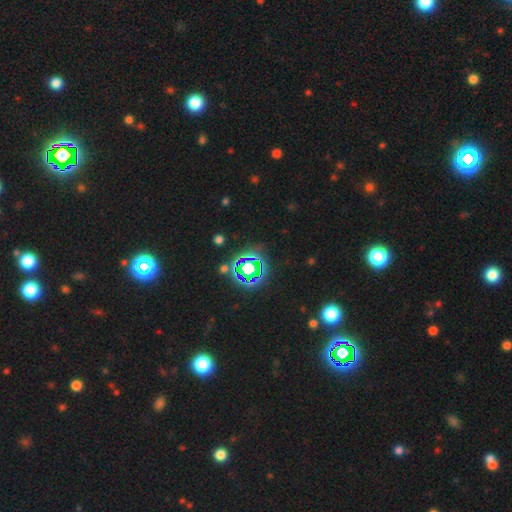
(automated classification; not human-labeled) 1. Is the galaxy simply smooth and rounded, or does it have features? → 77% star or artifact, 15% smooth, 7% featured or disk.